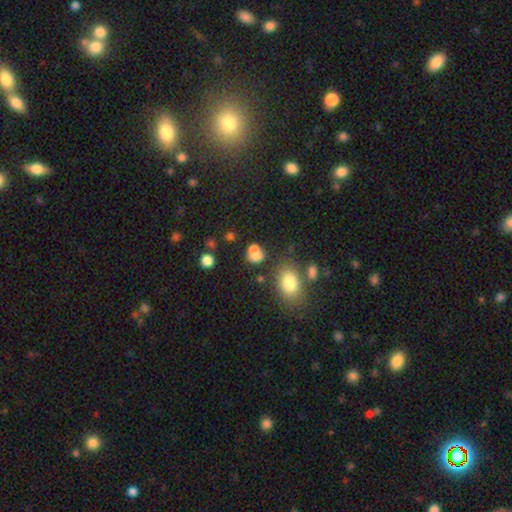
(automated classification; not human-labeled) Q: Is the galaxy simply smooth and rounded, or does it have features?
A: smooth — 71%.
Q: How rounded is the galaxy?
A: round — 59%.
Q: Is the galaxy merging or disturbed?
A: merger — 47%.